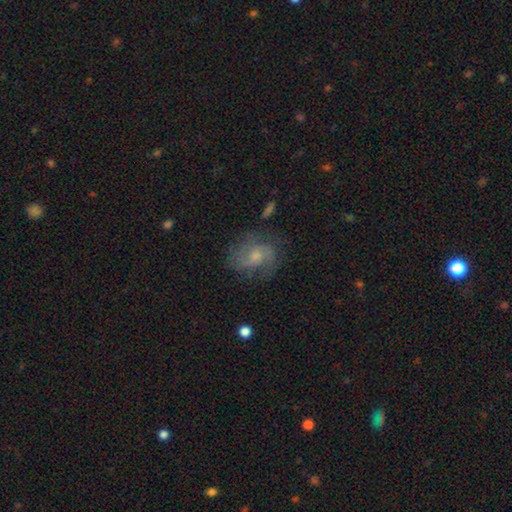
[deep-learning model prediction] smooth-or-featured: featured or disk: 70% | smooth: 20% | star or artifact: 10%
  disk-edge-on: no: 97% | yes: 3%
    bar: no: 57% | weak: 37% | strong: 6%
    has-spiral-arms: yes: 91% | no: 9%
      spiral-winding: medium: 50% | tight: 29% | loose: 21%
      spiral-arm-count: 2: 68% | can't tell: 16% | 3: 8% | 1: 4% | 4: 2% | more than 4: 2%
    bulge-size: moderate: 44% | small: 43% | none: 7% | large: 5% | dominant: 1%
  merging: none: 70% | minor disturbance: 18% | major disturbance: 10% | merger: 2%